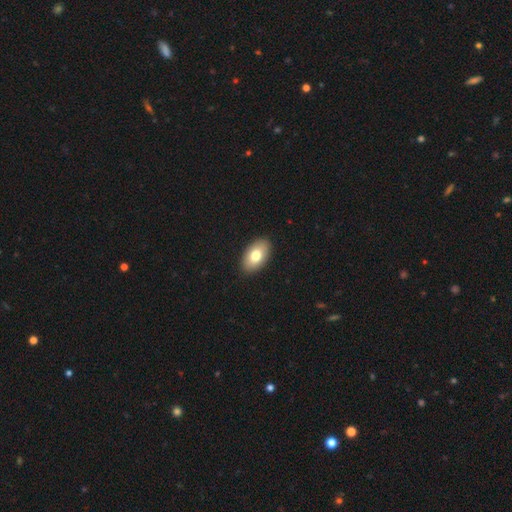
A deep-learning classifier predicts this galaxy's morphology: smooth-or-featured: smooth: 77% | featured or disk: 17% | star or artifact: 7%
  how-rounded: in between: 94% | round: 5% | cigar-shaped: 1%
  merging: none: 90% | minor disturbance: 7% | major disturbance: 2% | merger: 1%